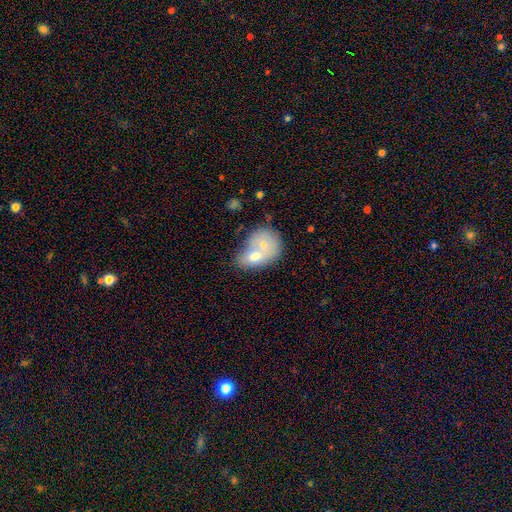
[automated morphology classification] The model was most divided on "how rounded": in between: 51%, round: 47%, cigar-shaped: 2%. More confident: merging — merger (75%); smooth or featured — smooth (65%).